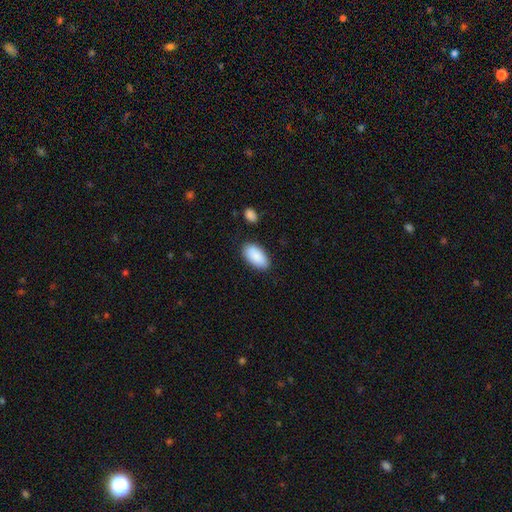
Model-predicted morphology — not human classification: smooth 90%, star or artifact 6%, featured or disk 4%. Down the decision tree: how rounded — in between (94%); merging — none (84%).